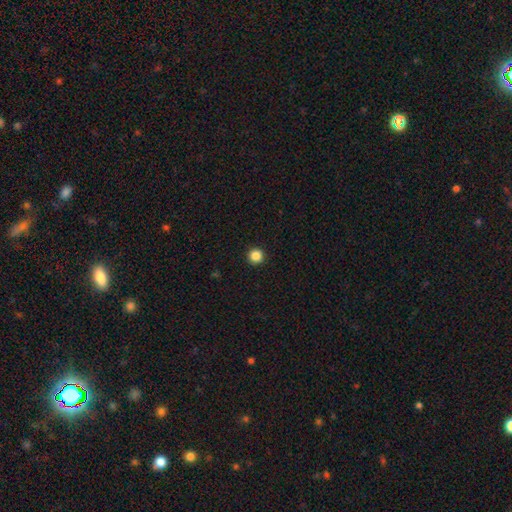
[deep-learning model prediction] Q: Smooth or featured?
A: smooth (86%); runner-up: star or artifact (11%)
Q: How rounded?
A: round (96%); runner-up: in between (3%)
Q: Merging?
A: none (94%); runner-up: minor disturbance (4%)